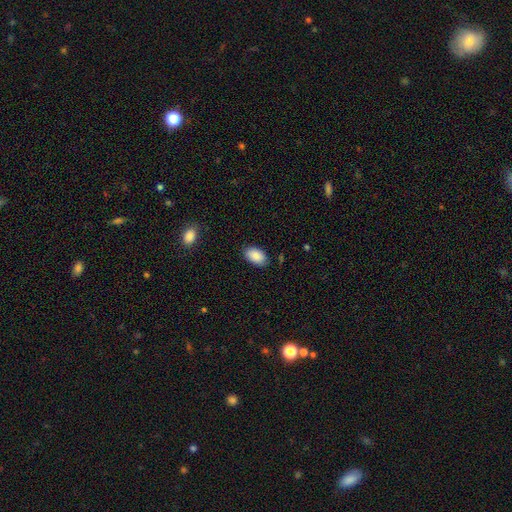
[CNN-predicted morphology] type=smooth (86%); roundness=in between (94%); merging=none (82%).